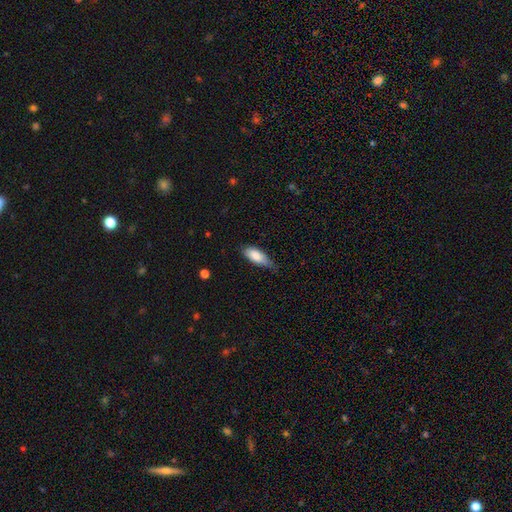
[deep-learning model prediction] This appears to be a smooth galaxy with no disk features (83%) that is in between round and cigar-shaped (79%). Merging: none (47%).